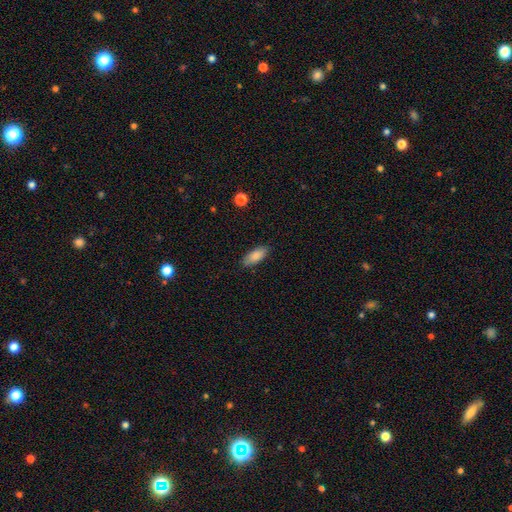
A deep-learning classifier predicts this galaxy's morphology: Q: Smooth or featured?
A: smooth (86%); runner-up: featured or disk (7%)
Q: How rounded?
A: in between (80%); runner-up: cigar-shaped (18%)
Q: Merging?
A: none (83%); runner-up: minor disturbance (13%)